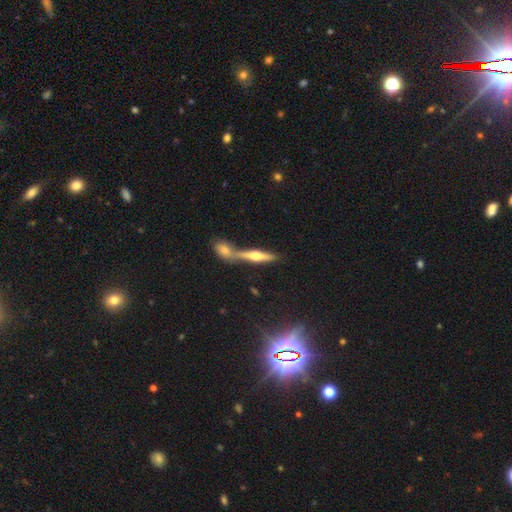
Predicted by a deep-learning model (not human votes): Morphology: type=featured or disk (58%); edge-on=yes (93%); edge-on bulge=rounded (91%); merging=none (53%).